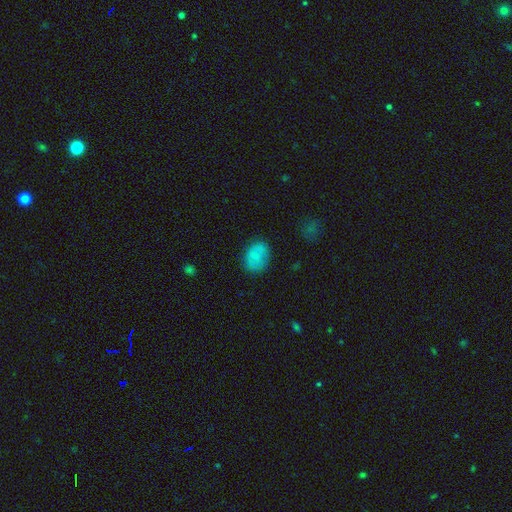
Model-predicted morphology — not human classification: Smooth or featured? Predicted: smooth (p=0.78). How rounded? Predicted: in between (p=0.70). Merging? Predicted: none (p=0.80).